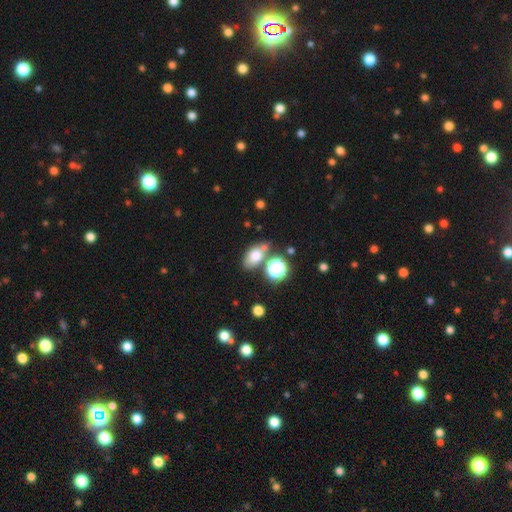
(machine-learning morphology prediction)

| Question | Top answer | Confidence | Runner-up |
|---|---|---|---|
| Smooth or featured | smooth | 70% | star or artifact (15%) |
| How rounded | in between | 79% | round (18%) |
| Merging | none | 61% | merger (18%) |